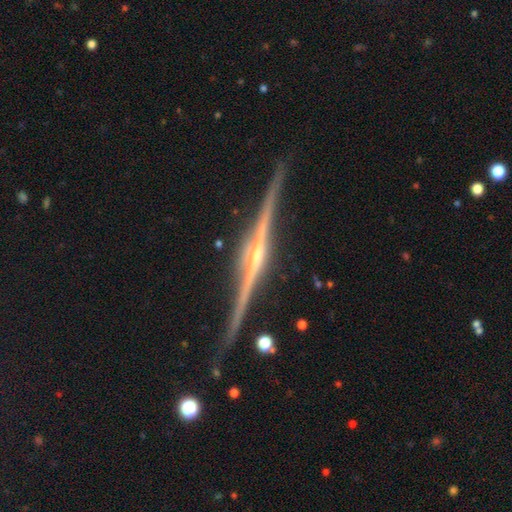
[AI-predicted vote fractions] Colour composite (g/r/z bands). It shows a featured or disk galaxy (91%) viewed edge-on (99%) with a rounded central bulge (74%). Merging: none (89%).